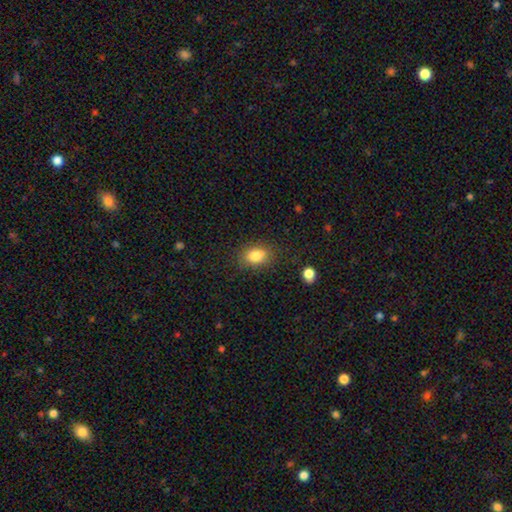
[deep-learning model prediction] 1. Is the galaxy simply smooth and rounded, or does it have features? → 84% smooth, 9% star or artifact, 7% featured or disk.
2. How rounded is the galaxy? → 76% in between, 23% round, 2% cigar-shaped.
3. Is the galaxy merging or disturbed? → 79% none, 14% minor disturbance, 4% major disturbance, 2% merger.